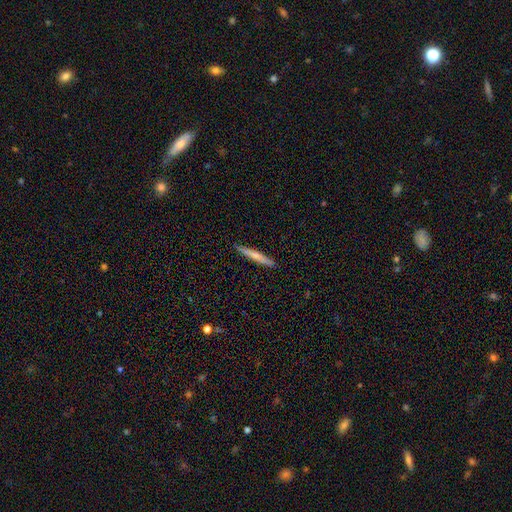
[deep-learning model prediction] smooth_or_featured: smooth (p=0.64) [alt: featured or disk p=0.31]
how_rounded: cigar-shaped (p=0.96) [alt: in between p=0.03]
merging: none (p=0.91) [alt: minor disturbance p=0.06]